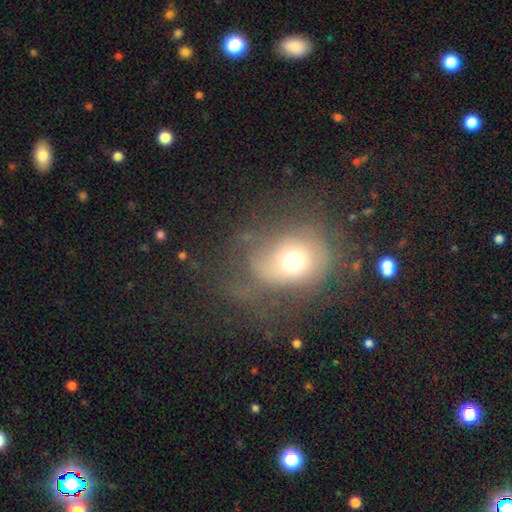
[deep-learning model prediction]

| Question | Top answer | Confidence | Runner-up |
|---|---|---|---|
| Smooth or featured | smooth | 51% | featured or disk (30%) |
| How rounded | round | 63% | in between (36%) |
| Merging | none | 53% | major disturbance (23%) |